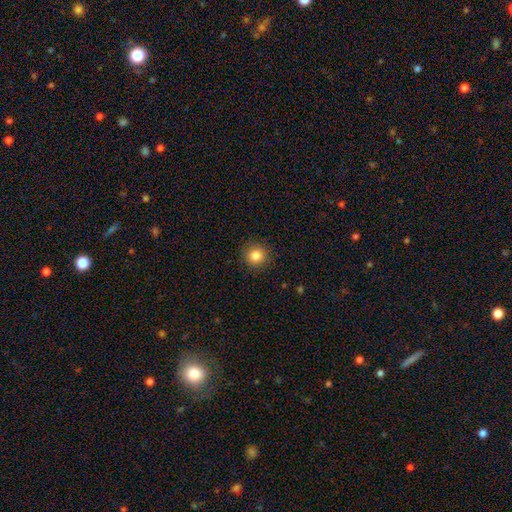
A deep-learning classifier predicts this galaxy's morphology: Smooth or featured? Predicted: smooth (p=0.84). How rounded? Predicted: round (p=0.94). Merging? Predicted: none (p=0.91).